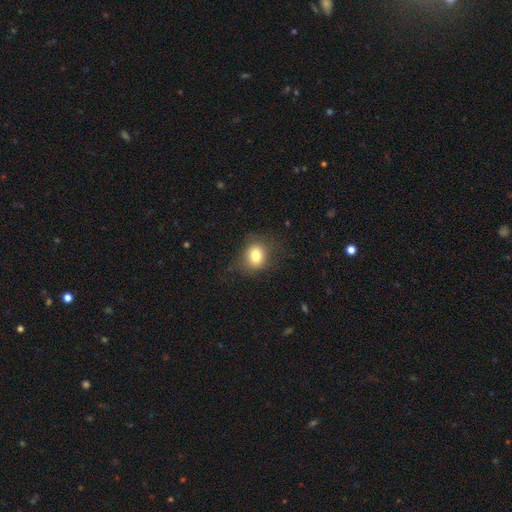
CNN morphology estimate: A smooth galaxy with no disk features (79%) that is round (60%).

Vote fractions:
- Smooth or featured? smooth: 79% / star or artifact: 11% / featured or disk: 10%
- How rounded? round: 60% / in between: 39% / cigar-shaped: 1%
- Merging? none: 74% / minor disturbance: 18% / major disturbance: 7% / merger: 1%